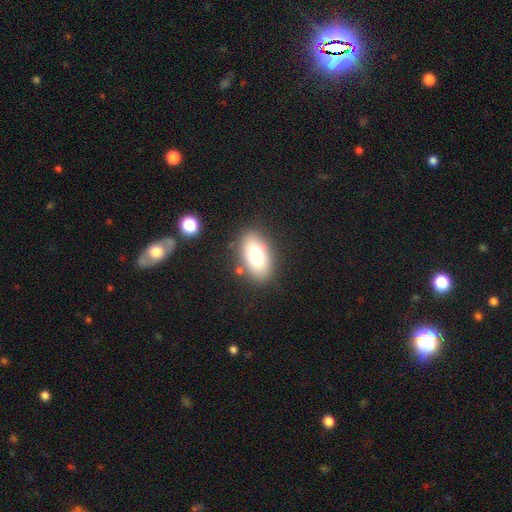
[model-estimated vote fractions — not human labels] Smooth or featured? smooth (75%)
How rounded? in between (91%)
Merging? none (83%)